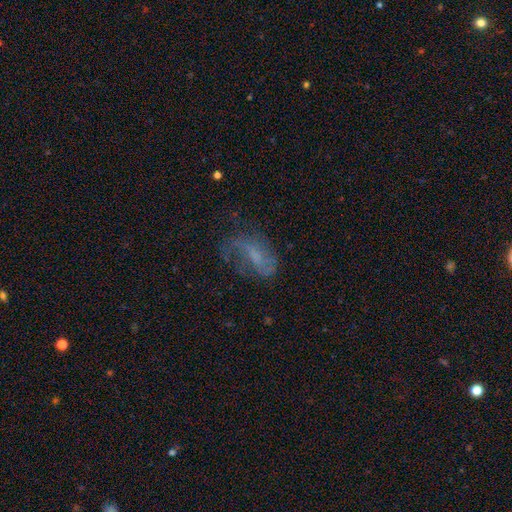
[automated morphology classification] The model was most divided on "bar": no: 45%, weak: 42%, strong: 13%. Remaining: edge-on disk — no (95%); spiral arms — yes (73%); smooth or featured — featured or disk (60%); merging — none (45%); bulge size — none (40%).